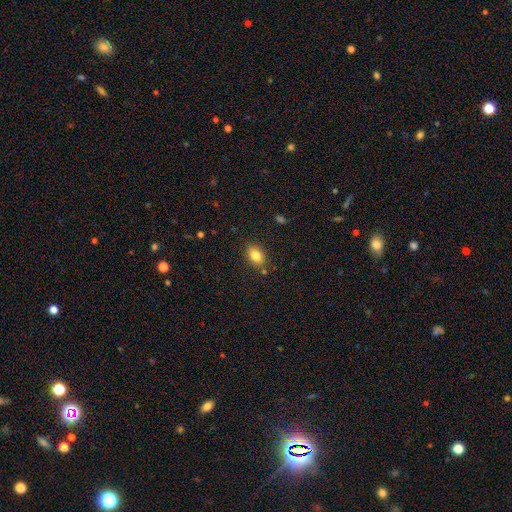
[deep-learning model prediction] This is clearly a smooth galaxy (82%). How rounded: clearly in between (82%). Merging: clearly none (82%).